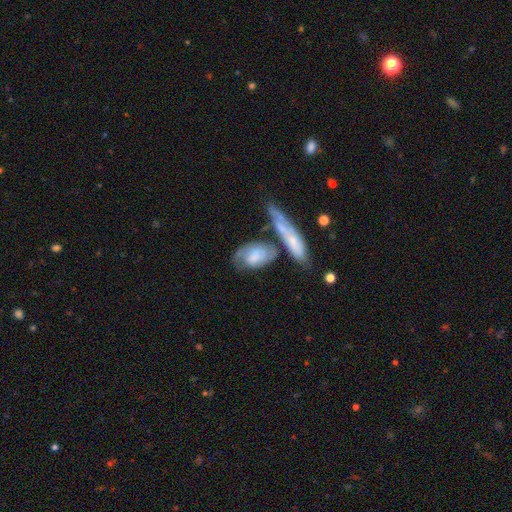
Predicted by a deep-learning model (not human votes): smooth_or_featured: featured or disk (p=0.56) [alt: smooth p=0.38]
disk_edge_on: no (p=0.90) [alt: yes p=0.10]
bar: no (p=0.64) [alt: weak p=0.29]
has_spiral_arms: yes (p=0.85) [alt: no p=0.15]
bulge_size: moderate (p=0.28) [tied with: none p=0.28]
merging: none (p=0.46) [alt: merger p=0.22]